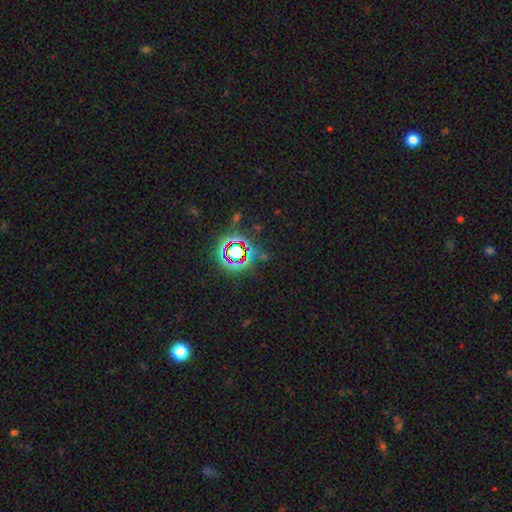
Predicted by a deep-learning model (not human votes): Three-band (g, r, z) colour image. It shows a star or artifact, not a galaxy (77%).